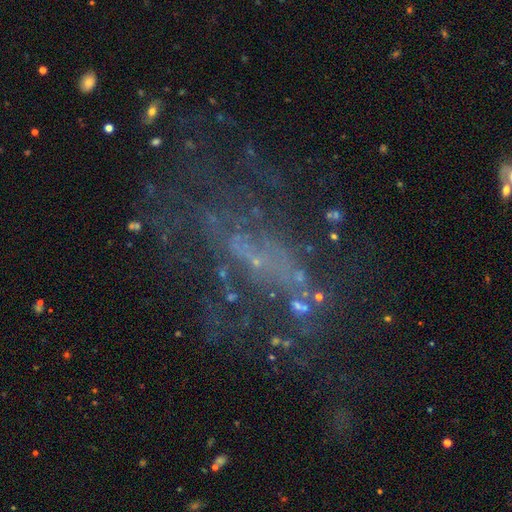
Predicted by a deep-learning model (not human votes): A featured or disk galaxy (59%) with no bar (75%), no spiral arms (67%) and no central bulge (46%).

Vote fractions:
- Smooth or featured? featured or disk: 59% / star or artifact: 23% / smooth: 18%
- Edge-on disk? no: 93% / yes: 7%
- Bar? no: 75% / weak: 18% / strong: 7%
- Spiral arms? no: 67% / yes: 33%
- Bulge size? none: 46% / small: 45% / moderate: 7% / large: 1% / dominant: 1%
- Merging? none: 45% / major disturbance: 30% / minor disturbance: 19% / merger: 6%